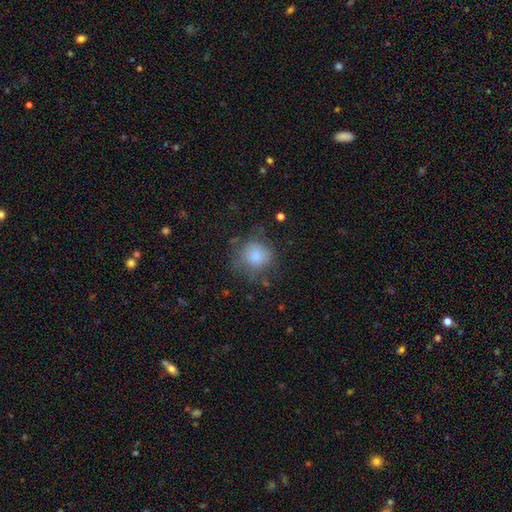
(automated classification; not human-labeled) smooth_or_featured: smooth (p=0.79) [alt: featured or disk p=0.12]
how_rounded: round (p=0.83) [alt: in between p=0.16]
merging: none (p=0.55) [alt: minor disturbance p=0.27]